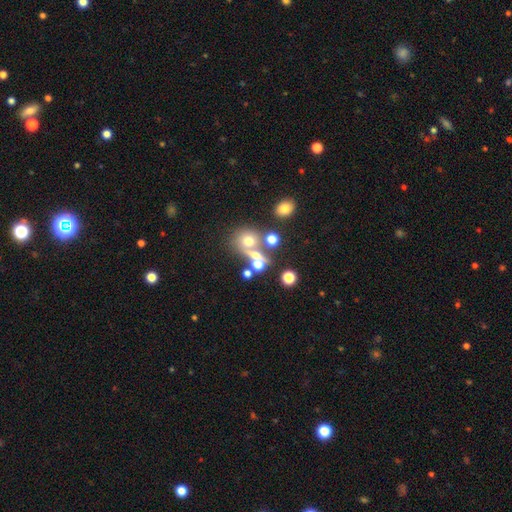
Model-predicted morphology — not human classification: smooth-or-featured: smooth: 54% | star or artifact: 26% | featured or disk: 20%
  how-rounded: round: 71% | in between: 26% | cigar-shaped: 3%
  merging: merger: 43% | none: 40% | minor disturbance: 9% | major disturbance: 8%